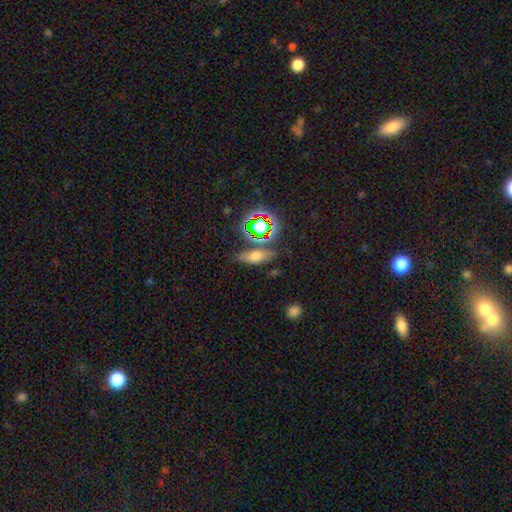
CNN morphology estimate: Q: Smooth or featured?
A: smooth (56%); runner-up: star or artifact (25%)
Q: How rounded?
A: in between (61%); runner-up: cigar-shaped (28%)
Q: Merging?
A: none (73%); runner-up: minor disturbance (14%)